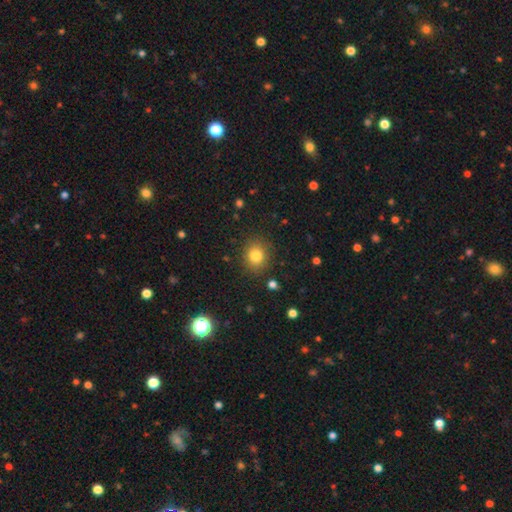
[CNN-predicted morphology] The model was most divided on "how rounded": round: 76%, in between: 23%, cigar-shaped: 1%. More confident: merging — none (87%); smooth or featured — smooth (81%).